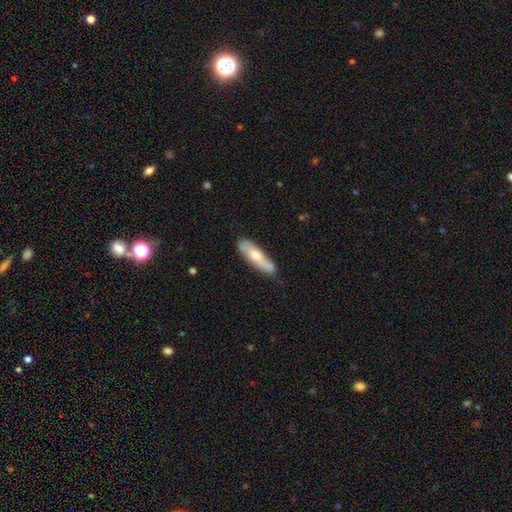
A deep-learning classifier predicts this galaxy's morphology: Overall: smooth (57%; featured or disk 37%). How rounded: cigar-shaped (58%; in between 40%). Merging: none (71%).